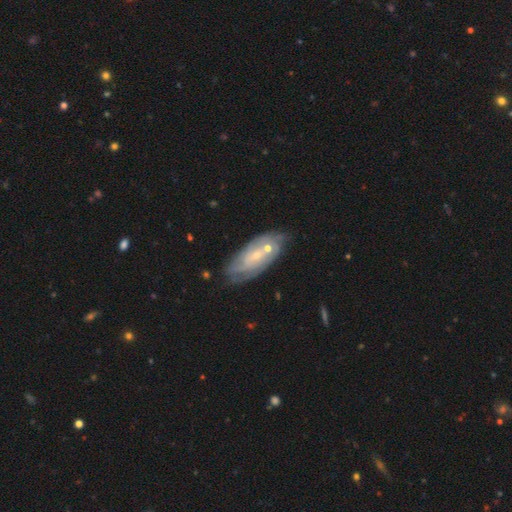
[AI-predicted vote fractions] Smooth or featured?
  - featured or disk: 68% *
  - smooth: 25%
  - star or artifact: 7%
Edge-on disk?
  - no: 89% *
  - yes: 11%
Bar?
  - no: 66% *
  - weak: 28%
  - strong: 7%
Spiral arms?
  - yes: 77% *
  - no: 23%
Bulge size?
  - small: 72% *
  - moderate: 23%
  - none: 3%
  - large: 1%
  - dominant: 1%
Merging?
  - none: 60% *
  - minor disturbance: 20%
  - merger: 13%
  - major disturbance: 7%